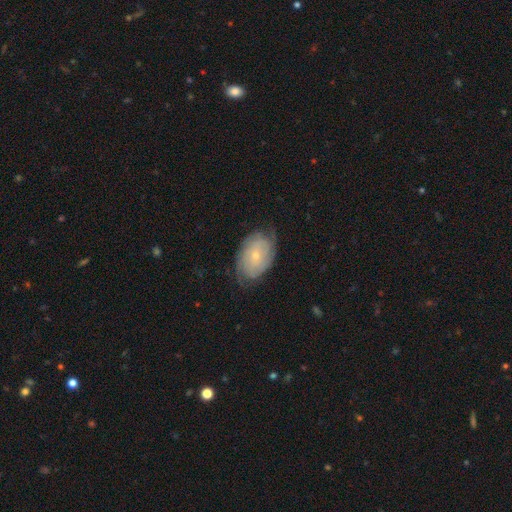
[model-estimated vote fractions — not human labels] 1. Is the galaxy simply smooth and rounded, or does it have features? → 62% featured or disk, 31% smooth, 7% star or artifact.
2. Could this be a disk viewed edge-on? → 95% no, 5% yes.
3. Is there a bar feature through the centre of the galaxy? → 77% no, 19% weak, 4% strong.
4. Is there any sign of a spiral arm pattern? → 82% yes, 18% no.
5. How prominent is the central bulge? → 74% small, 22% moderate, 2% none, 1% large, 1% dominant.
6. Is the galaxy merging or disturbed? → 71% none, 21% minor disturbance, 7% major disturbance, 1% merger.